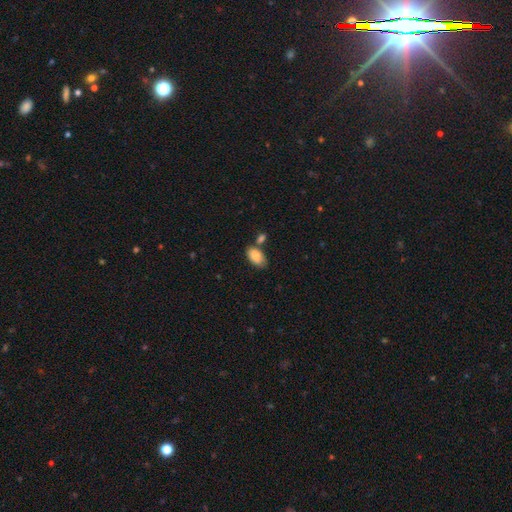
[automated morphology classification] Overall: smooth (84%). How rounded: in between (95%). Merging: none (62%).